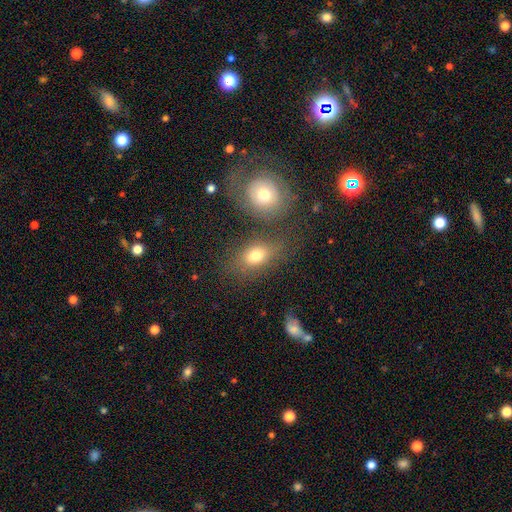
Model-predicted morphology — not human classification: This appears to be a smooth galaxy with no disk features (74%) that is in between round and cigar-shaped (72%). Merging: none (59%).